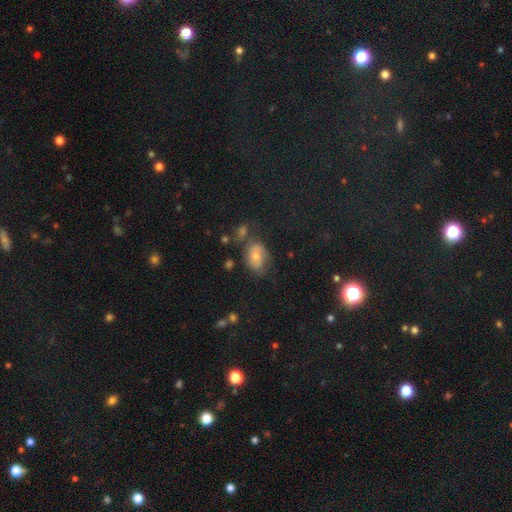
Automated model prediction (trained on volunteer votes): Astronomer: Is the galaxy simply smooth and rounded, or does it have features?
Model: smooth — 39% (runner-up: featured or disk, 38%).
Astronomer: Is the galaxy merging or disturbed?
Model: none — 58%.